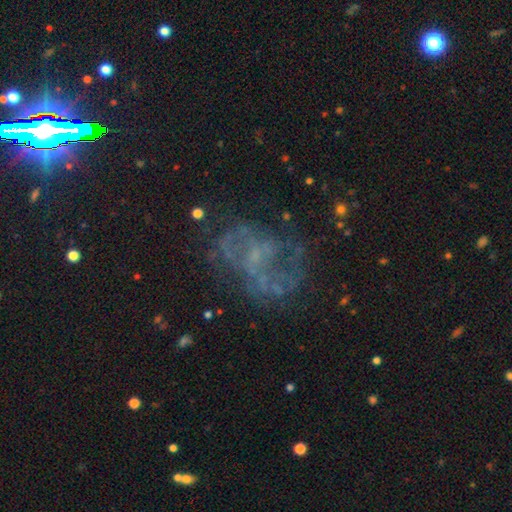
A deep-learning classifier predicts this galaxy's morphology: Smooth or featured? Predicted: featured or disk (p=0.68). Edge-on disk? Predicted: no (p=0.98). Bar? Predicted: no (p=0.72). Spiral arms? Predicted: no (p=0.59). Bulge size? Predicted: none (p=0.50). Merging? Predicted: none (p=0.45).